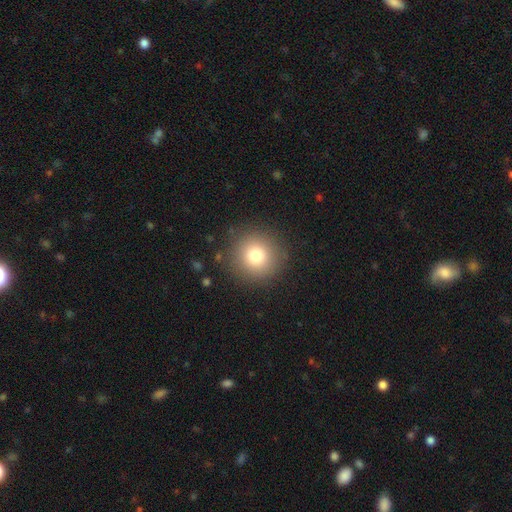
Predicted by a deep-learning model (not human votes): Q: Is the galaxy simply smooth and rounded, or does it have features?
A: smooth — 78%.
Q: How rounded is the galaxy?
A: round — 95%.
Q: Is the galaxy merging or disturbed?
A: none — 89%.